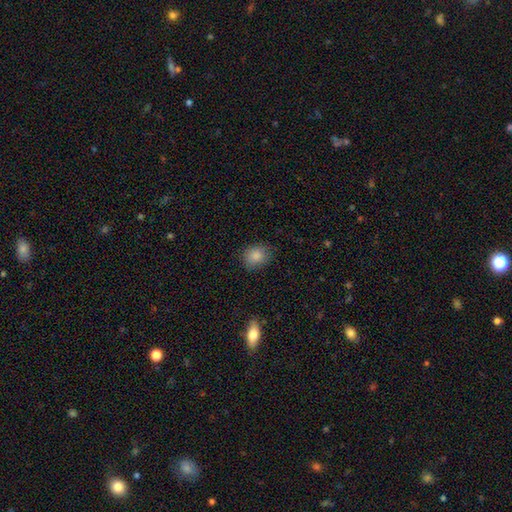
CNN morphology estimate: Smooth or featured? Predicted: smooth (p=0.86). How rounded? Predicted: round (p=0.57). Merging? Predicted: none (p=0.82).